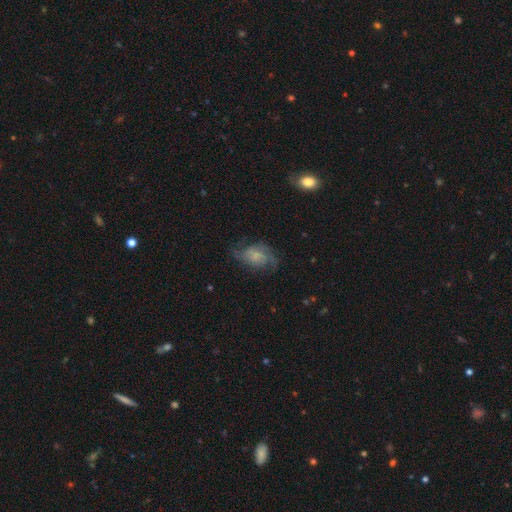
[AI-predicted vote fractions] Q: Smooth or featured?
A: featured or disk (68%); runner-up: smooth (23%)
Q: Edge-on disk?
A: no (97%); runner-up: yes (3%)
Q: Bar?
A: no (70%); runner-up: weak (26%)
Q: Spiral arms?
A: yes (91%); runner-up: no (9%)
Q: Spiral winding?
A: medium (45%); runner-up: loose (31%)
Q: Spiral arm count?
A: 2 (61%); runner-up: can't tell (17%)
Q: Bulge size?
A: small (49%); runner-up: moderate (22%)
Q: Merging?
A: none (61%); runner-up: minor disturbance (22%)